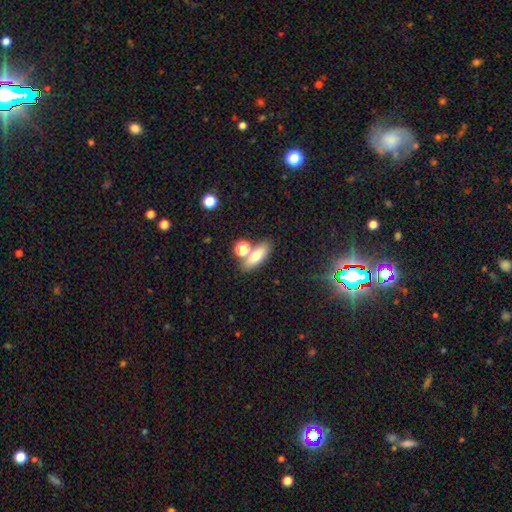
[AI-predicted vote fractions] The model was most divided on "how rounded": in between: 62%, cigar-shaped: 28%, round: 10%. More confident: smooth or featured — smooth (69%); merging — none (66%).